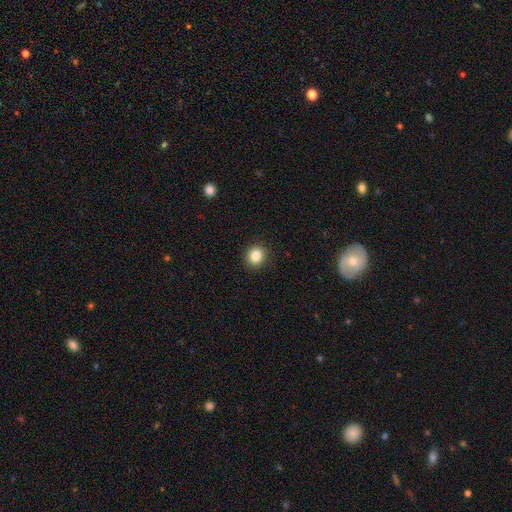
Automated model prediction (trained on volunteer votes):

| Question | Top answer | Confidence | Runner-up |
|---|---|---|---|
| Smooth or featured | smooth | 85% | star or artifact (10%) |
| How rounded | round | 80% | in between (19%) |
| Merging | none | 91% | minor disturbance (6%) |